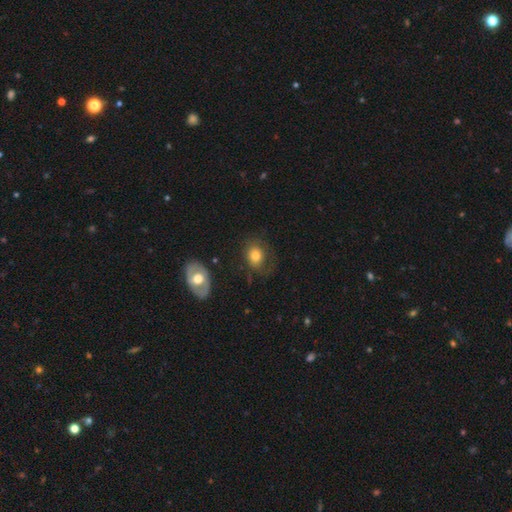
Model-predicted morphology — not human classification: The model was most divided on "how rounded": round: 50%, in between: 49%, cigar-shaped: 1%. More confident: smooth or featured — smooth (72%); merging — none (59%).